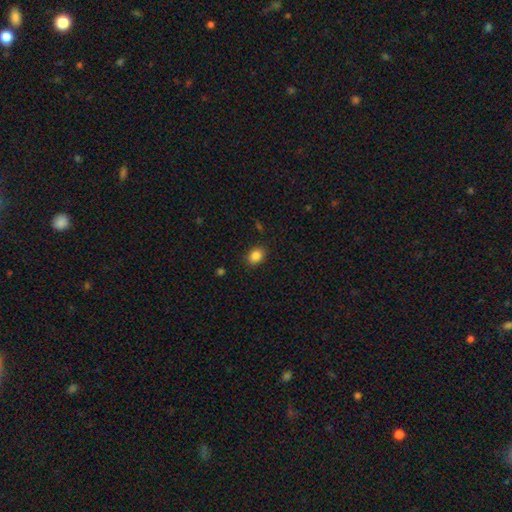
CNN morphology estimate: Smooth or featured?
  - smooth: 86% *
  - star or artifact: 10%
  - featured or disk: 4%
How rounded?
  - in between: 55% *
  - round: 44%
  - cigar-shaped: 1%
Merging?
  - none: 88% *
  - minor disturbance: 9%
  - major disturbance: 3%
  - merger: 1%